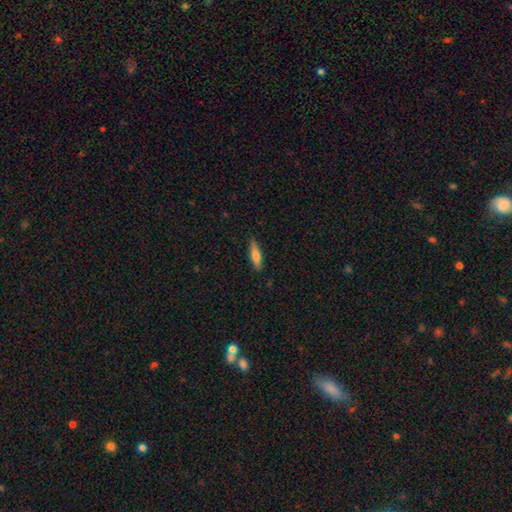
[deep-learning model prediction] smooth 70%, featured or disk 24%, star or artifact 6%. Down the decision tree: how rounded — cigar-shaped (69%); merging — none (87%).